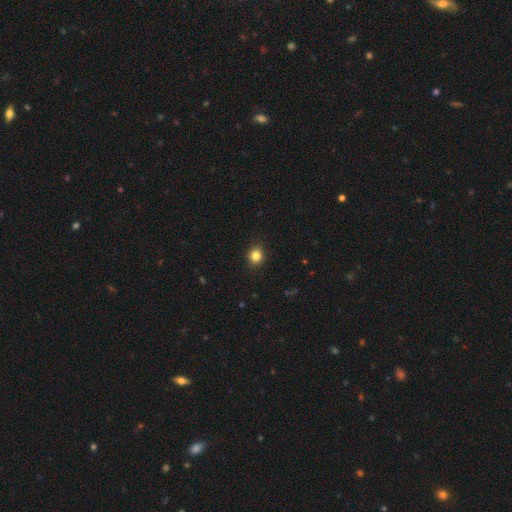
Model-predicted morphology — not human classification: Smooth or featured? Predicted: smooth (p=0.84). How rounded? Predicted: round (p=0.77). Merging? Predicted: none (p=0.89).